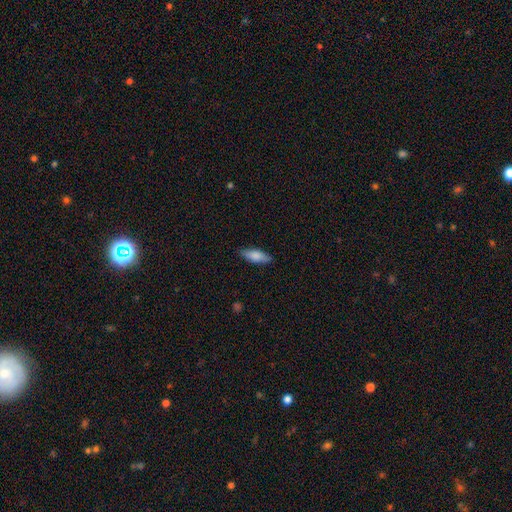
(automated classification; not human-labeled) smooth-or-featured: smooth: 78% | featured or disk: 16% | star or artifact: 6%
  how-rounded: in between: 62% | cigar-shaped: 36% | round: 2%
  merging: none: 86% | minor disturbance: 11% | major disturbance: 2% | merger: 1%